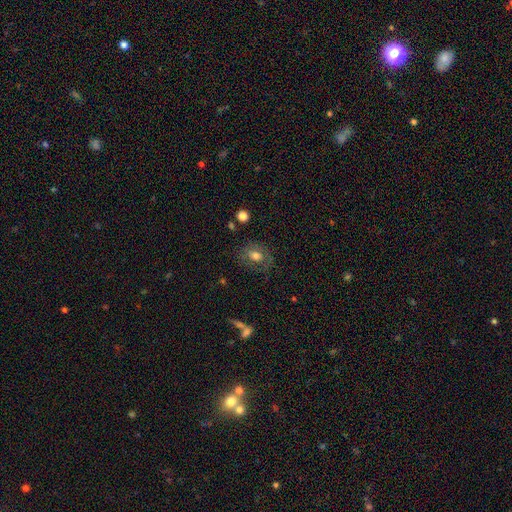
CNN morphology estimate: Smooth or featured: smooth — 60% (featured or disk — 30%)
How rounded: in between — 62% (round — 36%)
Merging: none — 68% (minor disturbance — 19%)